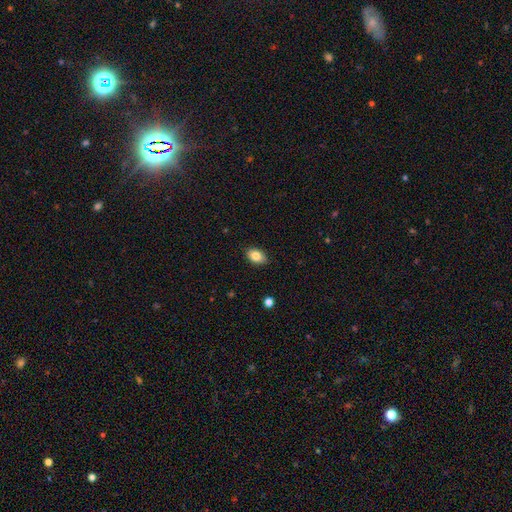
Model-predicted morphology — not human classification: The model was most divided on "smooth or featured": smooth: 84%, featured or disk: 8%, star or artifact: 8%. More confident: how rounded — in between (88%); merging — none (87%).